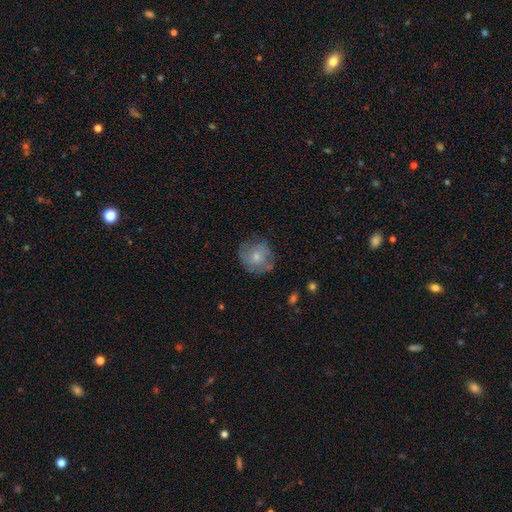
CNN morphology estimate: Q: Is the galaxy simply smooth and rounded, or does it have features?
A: smooth — 57%.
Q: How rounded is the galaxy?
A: round — 84%.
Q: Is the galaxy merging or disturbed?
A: none — 66%.